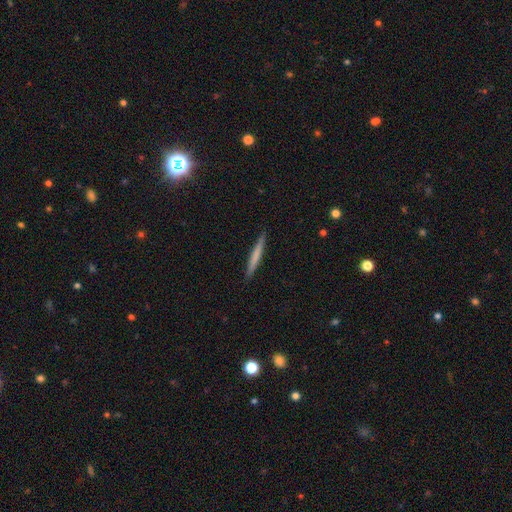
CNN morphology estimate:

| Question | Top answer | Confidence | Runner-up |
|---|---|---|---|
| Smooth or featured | smooth | 64% | featured or disk (30%) |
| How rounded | cigar-shaped | 97% | in between (2%) |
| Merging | none | 91% | minor disturbance (6%) |